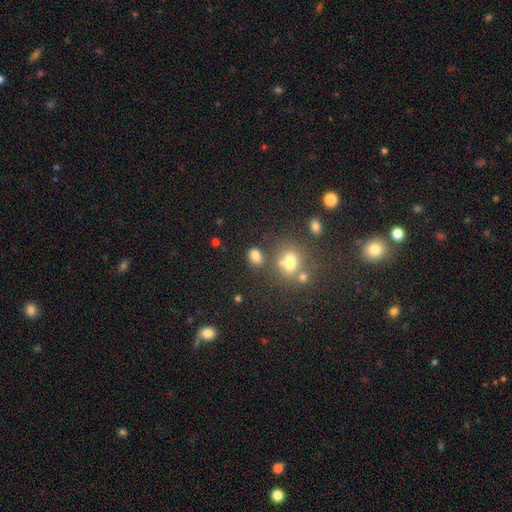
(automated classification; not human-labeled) Overall: smooth (78%). How rounded: in between (61%; round 37%). Merging: none (69%).